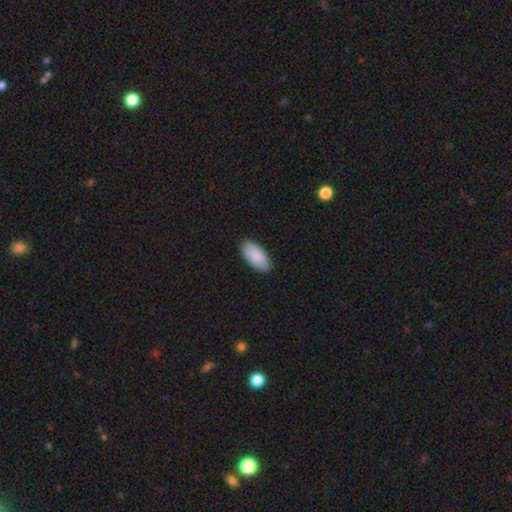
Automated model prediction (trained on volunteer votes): Smooth or featured? Predicted: smooth (p=0.90). How rounded? Predicted: in between (p=0.94). Merging? Predicted: none (p=0.88).